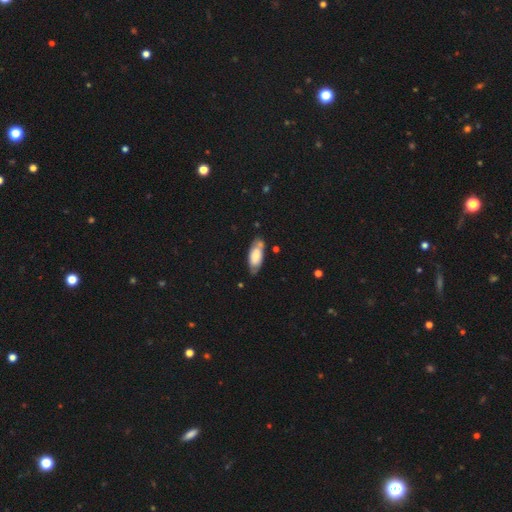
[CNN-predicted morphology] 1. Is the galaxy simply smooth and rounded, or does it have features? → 63% smooth, 30% featured or disk, 7% star or artifact.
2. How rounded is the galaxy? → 80% in between, 18% cigar-shaped, 2% round.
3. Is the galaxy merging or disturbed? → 66% none, 22% minor disturbance, 7% merger, 6% major disturbance.